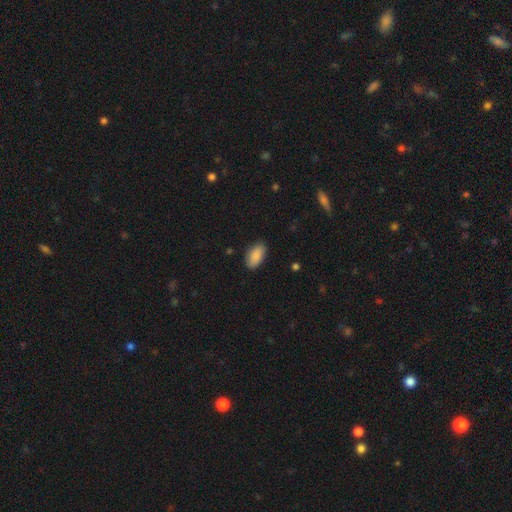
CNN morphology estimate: A smooth galaxy with no disk features (88%) that is in between round and cigar-shaped (94%). Merging: none (85%).